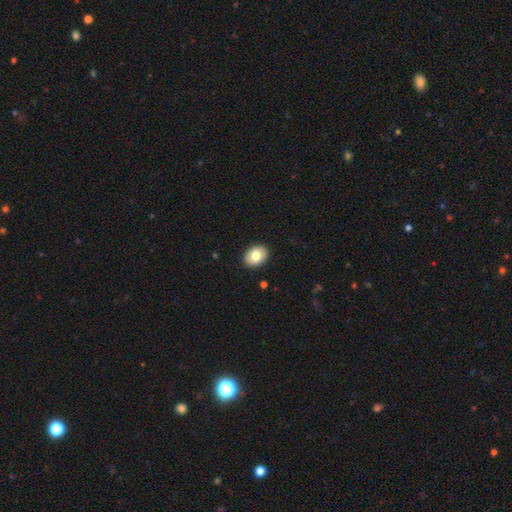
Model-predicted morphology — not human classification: smooth 78%, featured or disk 14%, star or artifact 7%. Down the decision tree: how rounded — in between (70%); merging — none (91%).